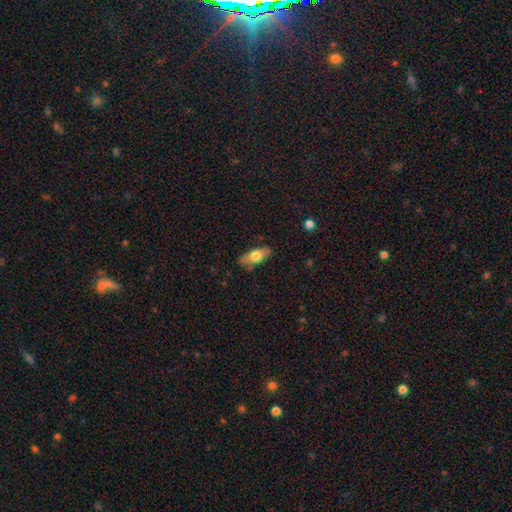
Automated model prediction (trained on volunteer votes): smooth-or-featured: smooth: 65% | featured or disk: 28% | star or artifact: 6%
  how-rounded: in between: 80% | cigar-shaped: 17% | round: 4%
  merging: none: 79% | minor disturbance: 16% | major disturbance: 3% | merger: 2%